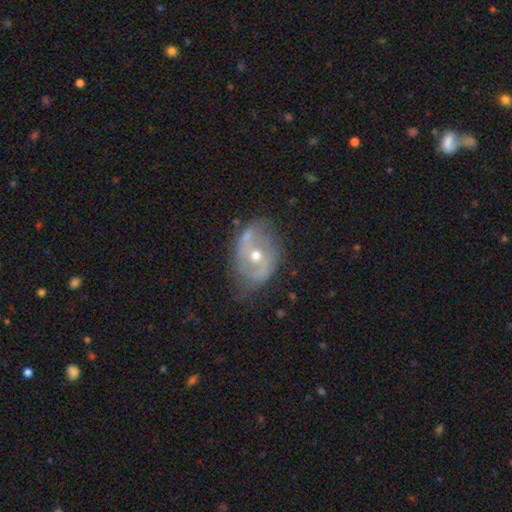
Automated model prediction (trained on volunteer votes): A featured or disk galaxy (74%) with no bar (54%), 2 (76%) medium (40%) spiral arms (73%) and a moderate central bulge (67%). Merging: none (60%).